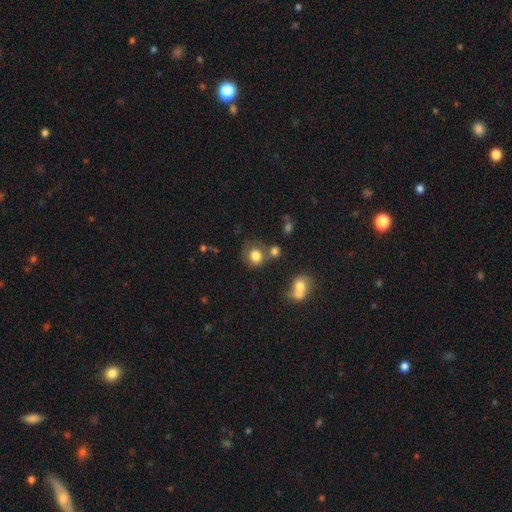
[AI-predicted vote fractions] A smooth galaxy with no disk features (80%) that is round (74%).

Vote fractions:
- Smooth or featured? smooth: 80% / star or artifact: 12% / featured or disk: 9%
- How rounded? round: 74% / in between: 25% / cigar-shaped: 1%
- Merging? none: 59% / merger: 19% / minor disturbance: 16% / major disturbance: 7%